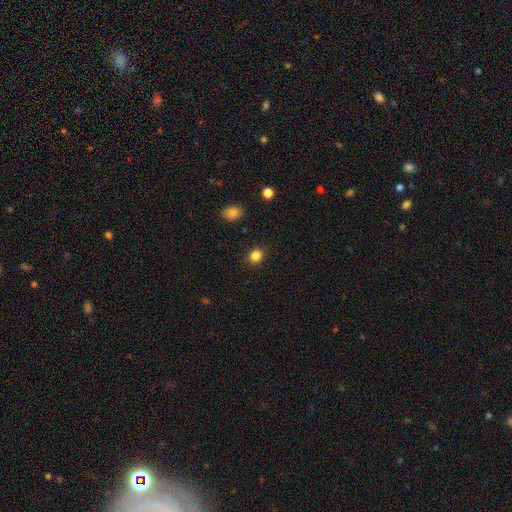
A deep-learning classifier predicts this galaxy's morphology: Overall: smooth (85%). How rounded: round (68%; in between 31%). Merging: none (88%).